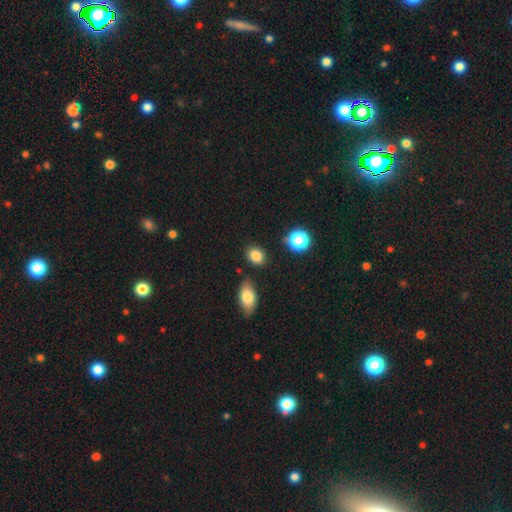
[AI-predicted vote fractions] Overall: smooth (84%). How rounded: in between (55%; round 44%). Merging: none (81%).